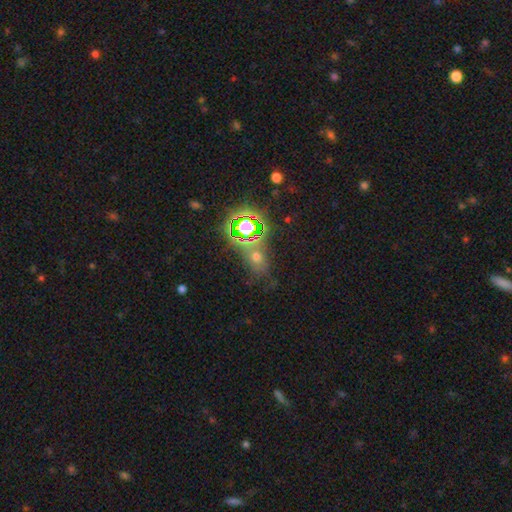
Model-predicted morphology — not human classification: A star or artifact, not a galaxy (62%).

Vote fractions:
- Smooth or featured? star or artifact: 62% / smooth: 26% / featured or disk: 12%